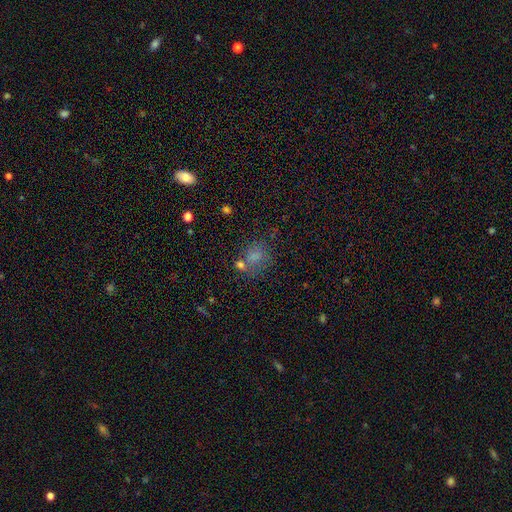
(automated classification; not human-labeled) smooth 66%, star or artifact 19%, featured or disk 14%. Down the decision tree: how rounded — round (54%); merging — none (49%).